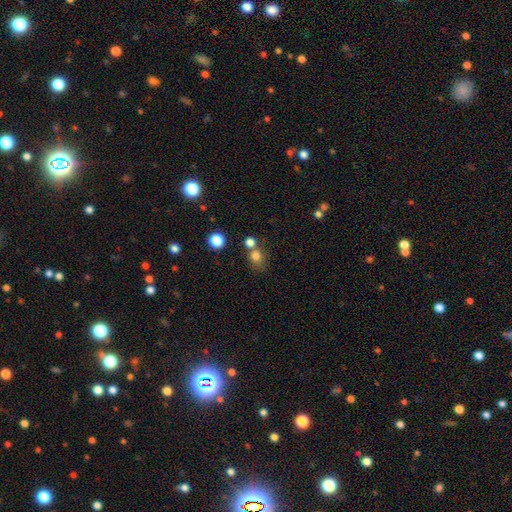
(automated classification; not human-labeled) Smooth or featured? smooth (77%)
How rounded? round (71%)
Merging? none (55%)